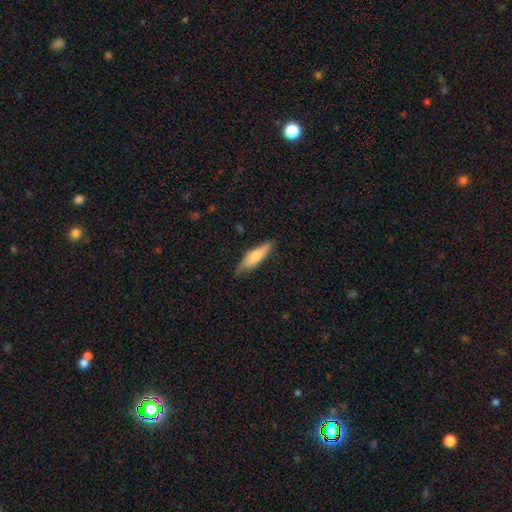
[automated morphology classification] The model was most divided on "how rounded": cigar-shaped: 65%, in between: 34%, round: 2%. More confident: merging — none (71%); smooth or featured — smooth (66%).